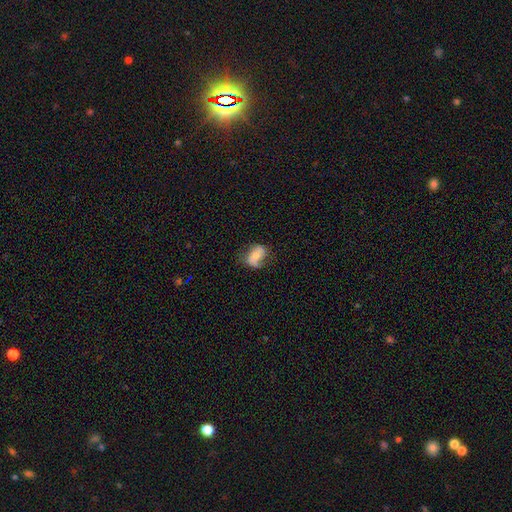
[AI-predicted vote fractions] Smooth or featured? Predicted: featured or disk (p=0.52). Edge-on disk? Predicted: no (p=0.96). Merging? Predicted: none (p=0.59).